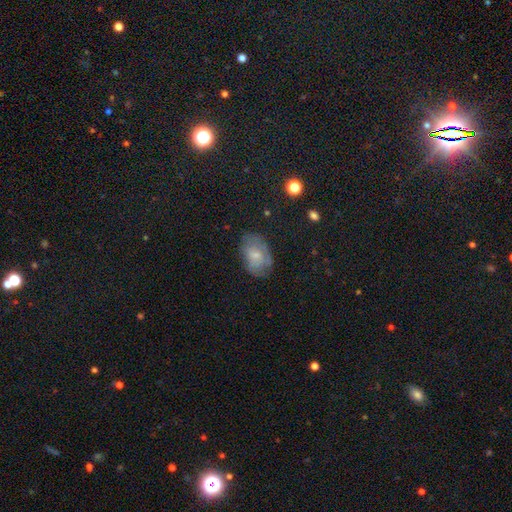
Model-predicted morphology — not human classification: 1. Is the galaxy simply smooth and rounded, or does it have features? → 59% smooth, 32% featured or disk, 10% star or artifact.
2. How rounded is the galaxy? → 86% in between, 12% round, 1% cigar-shaped.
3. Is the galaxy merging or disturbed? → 62% none, 26% minor disturbance, 10% major disturbance, 2% merger.